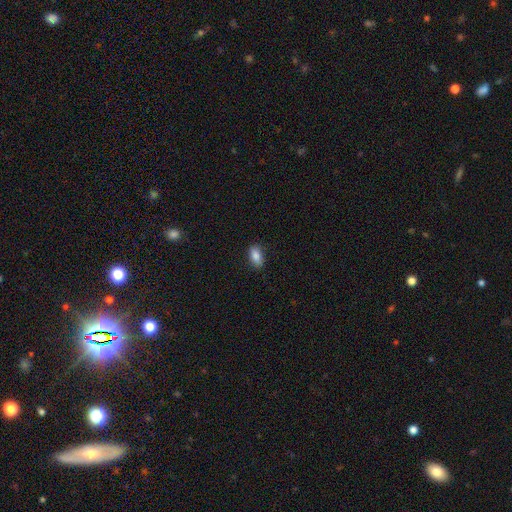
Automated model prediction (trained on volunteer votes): smooth 86%, star or artifact 8%, featured or disk 6%. Down the decision tree: how rounded — in between (90%); merging — none (83%).